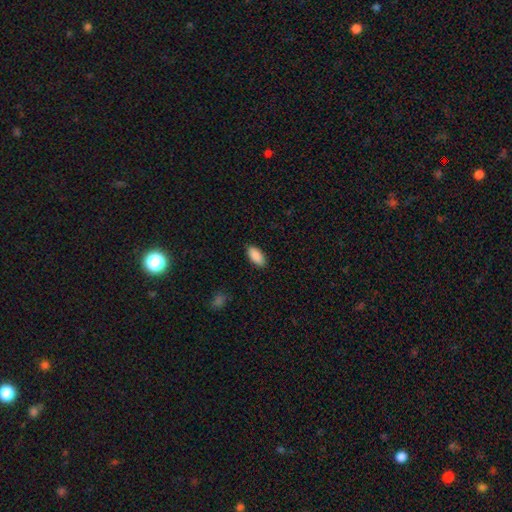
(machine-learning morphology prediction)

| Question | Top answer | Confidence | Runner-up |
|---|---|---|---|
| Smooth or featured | smooth | 91% | star or artifact (6%) |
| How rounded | in between | 93% | cigar-shaped (6%) |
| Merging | none | 88% | minor disturbance (9%) |